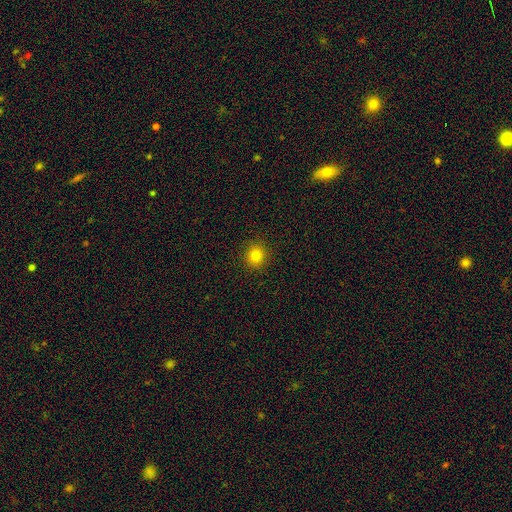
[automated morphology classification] smooth-or-featured: smooth: 81% | star or artifact: 14% | featured or disk: 6%
  how-rounded: round: 90% | in between: 9% | cigar-shaped: 1%
  merging: none: 92% | minor disturbance: 5% | major disturbance: 2% | merger: 1%